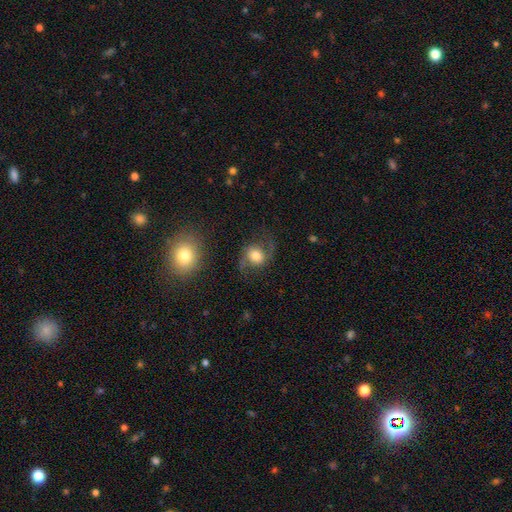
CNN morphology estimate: featured or disk 59%, smooth 31%, star or artifact 10%. Down the decision tree: edge-on disk — no (97%); bar — no (65%); spiral arms — yes (91%); spiral arm count — 2 (91%); spiral winding — loose (65%); bulge size — moderate (50%); merging — none (66%).